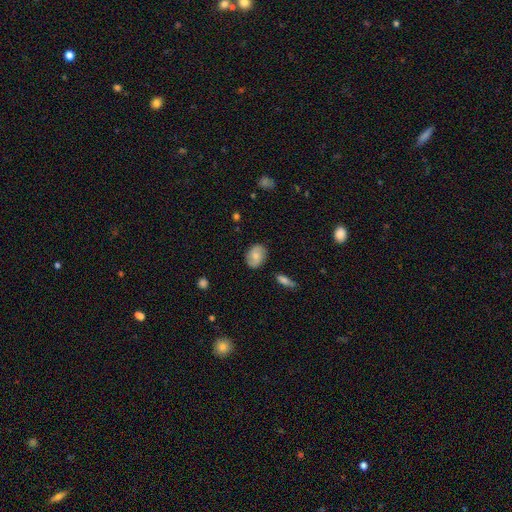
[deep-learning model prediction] This appears to be a smooth galaxy with no disk features (69%) that is in between round and cigar-shaped (70%). Merging: none (83%).